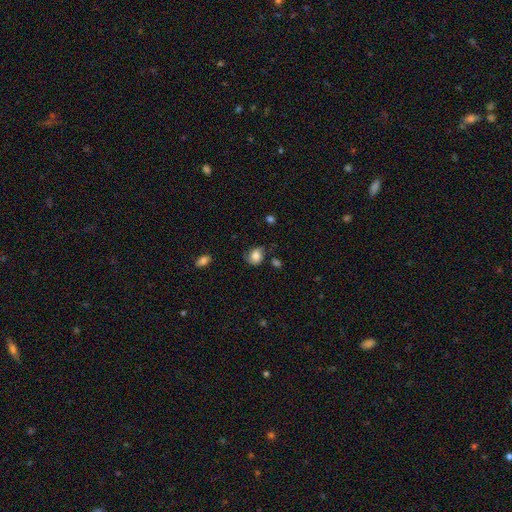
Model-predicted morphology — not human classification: smooth_or_featured: smooth (p=0.76) [alt: featured or disk p=0.15]
how_rounded: round (p=0.52) [alt: in between p=0.47]
merging: none (p=0.58) [alt: minor disturbance p=0.29]